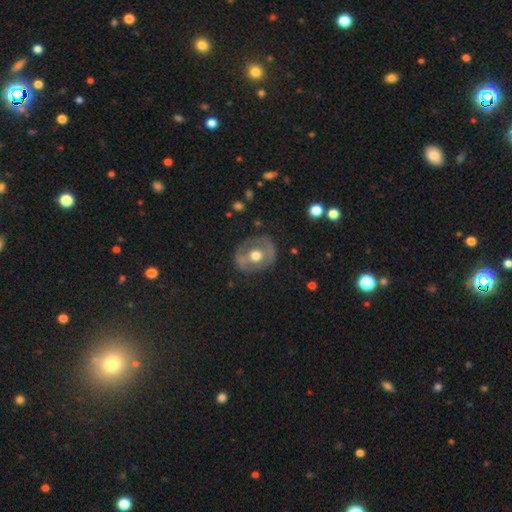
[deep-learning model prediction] Q: Smooth or featured?
A: featured or disk (56%); runner-up: smooth (38%)
Q: Edge-on disk?
A: no (94%); runner-up: yes (6%)
Q: Bar?
A: no (74%); runner-up: weak (18%)
Q: Spiral arms?
A: no (76%); runner-up: yes (24%)
Q: Bulge size?
A: moderate (68%); runner-up: large (25%)
Q: Merging?
A: none (74%); runner-up: minor disturbance (17%)